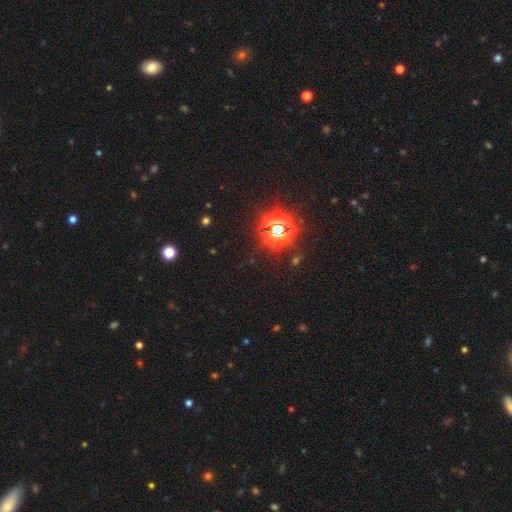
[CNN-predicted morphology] The model was most divided on "smooth or featured": star or artifact: 81%, smooth: 14%, featured or disk: 5%.